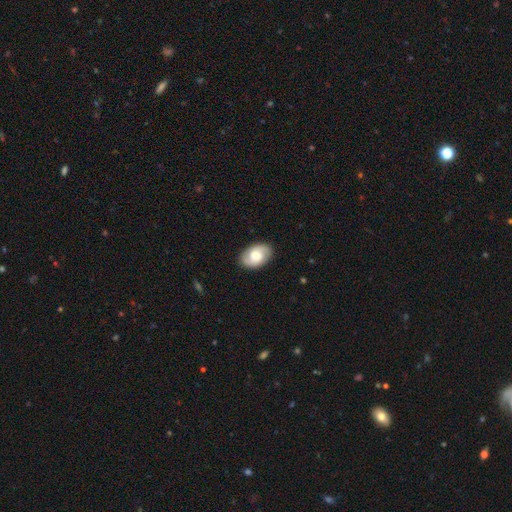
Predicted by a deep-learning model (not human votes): Smooth or featured? Predicted: smooth (p=0.47). Merging? Predicted: none (p=0.86).